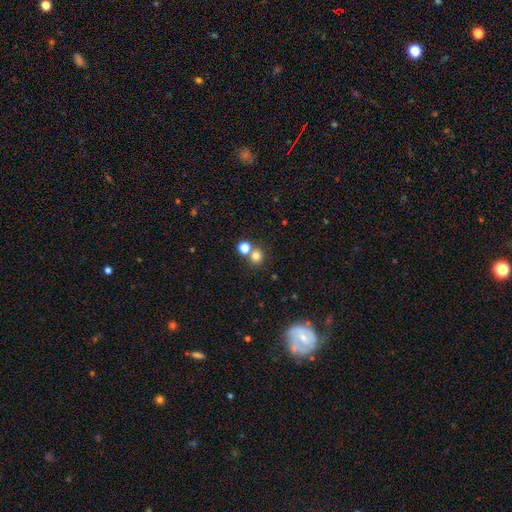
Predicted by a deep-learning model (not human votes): Q: Smooth or featured?
A: smooth (77%); runner-up: star or artifact (15%)
Q: How rounded?
A: round (83%); runner-up: in between (16%)
Q: Merging?
A: none (60%); runner-up: merger (30%)